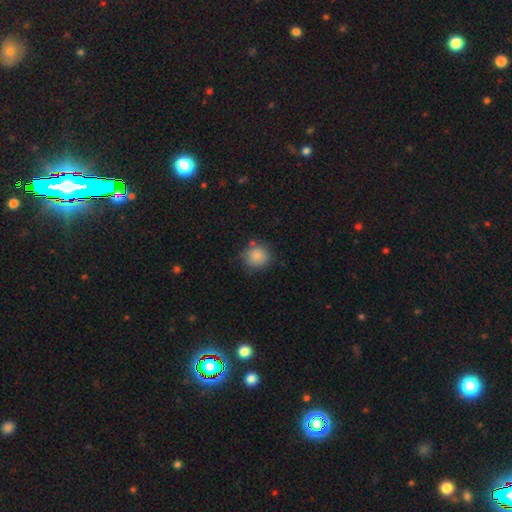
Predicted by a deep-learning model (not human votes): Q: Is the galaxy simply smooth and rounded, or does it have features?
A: smooth — 86%.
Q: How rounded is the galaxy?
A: round — 88%.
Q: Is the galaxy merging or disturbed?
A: none — 78%.